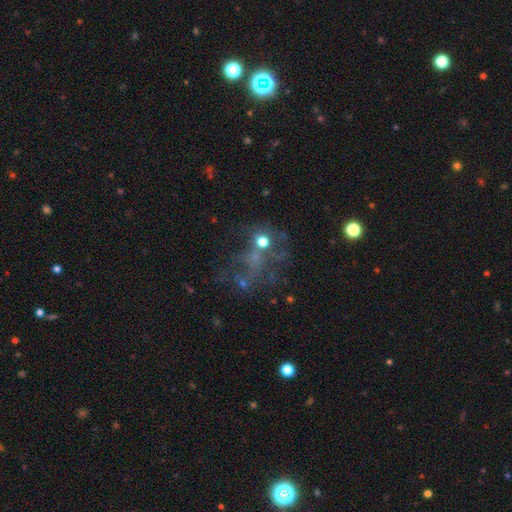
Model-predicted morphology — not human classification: Smooth or featured? star or artifact (39%)